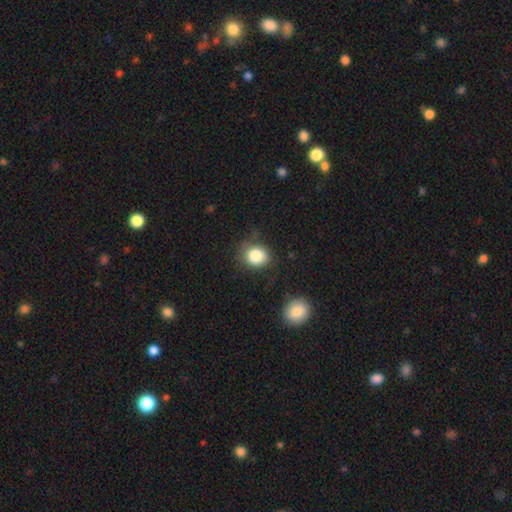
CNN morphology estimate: Smooth or featured?
  - smooth: 85% *
  - star or artifact: 9%
  - featured or disk: 6%
How rounded?
  - round: 70% *
  - in between: 29%
  - cigar-shaped: 1%
Merging?
  - none: 68% *
  - minor disturbance: 22%
  - major disturbance: 7%
  - merger: 3%